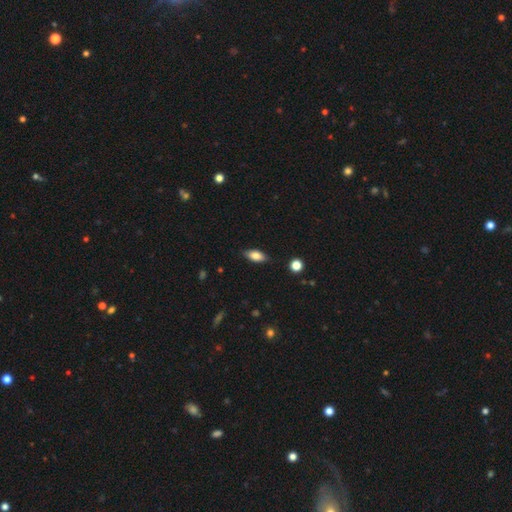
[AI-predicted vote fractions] Smooth or featured: smooth — 77% (featured or disk — 16%)
How rounded: in between — 85% (cigar-shaped — 11%)
Merging: none — 84% (minor disturbance — 12%)